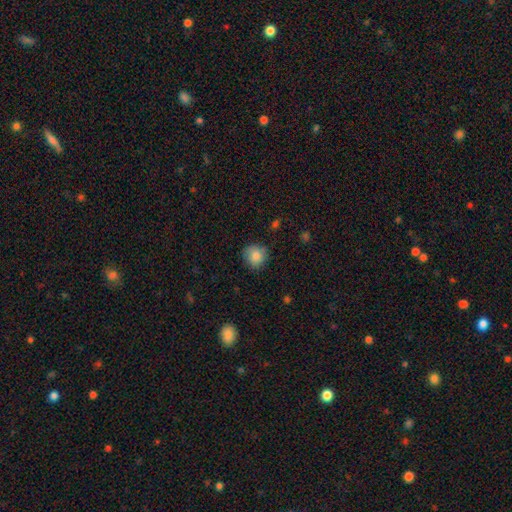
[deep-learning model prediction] Smooth or featured?
  - smooth: 84% *
  - star or artifact: 8%
  - featured or disk: 8%
How rounded?
  - round: 88% *
  - in between: 11%
  - cigar-shaped: 1%
Merging?
  - none: 79% *
  - minor disturbance: 17%
  - major disturbance: 3%
  - merger: 1%